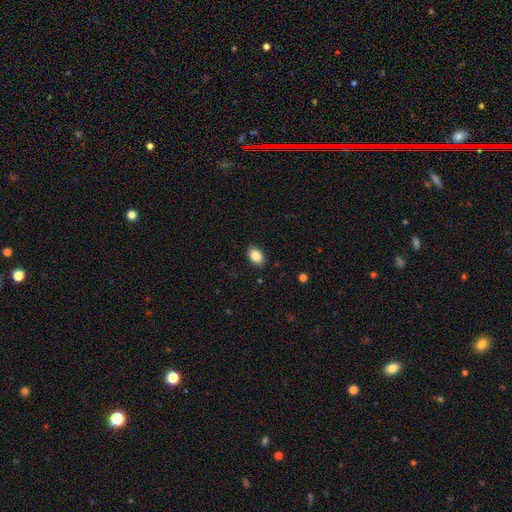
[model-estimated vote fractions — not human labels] smooth_or_featured: smooth (p=0.86) [alt: star or artifact p=0.08]
how_rounded: in between (p=0.83) [alt: round p=0.16]
merging: none (p=0.87) [alt: minor disturbance p=0.10]